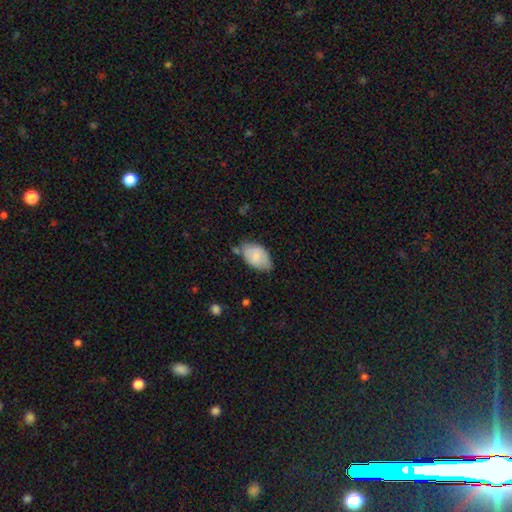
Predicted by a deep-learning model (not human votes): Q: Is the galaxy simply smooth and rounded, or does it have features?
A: smooth — 72%.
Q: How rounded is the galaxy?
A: in between — 92%.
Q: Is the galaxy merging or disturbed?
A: none — 54%.